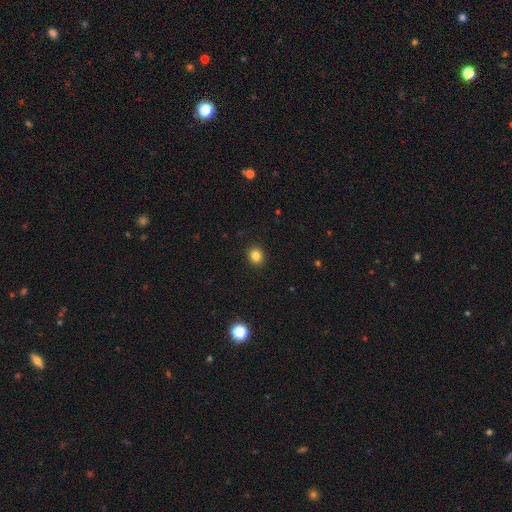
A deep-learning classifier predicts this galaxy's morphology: The model was most divided on "how rounded": round: 81%, in between: 18%, cigar-shaped: 1%. More confident: merging — none (92%); smooth or featured — smooth (84%).